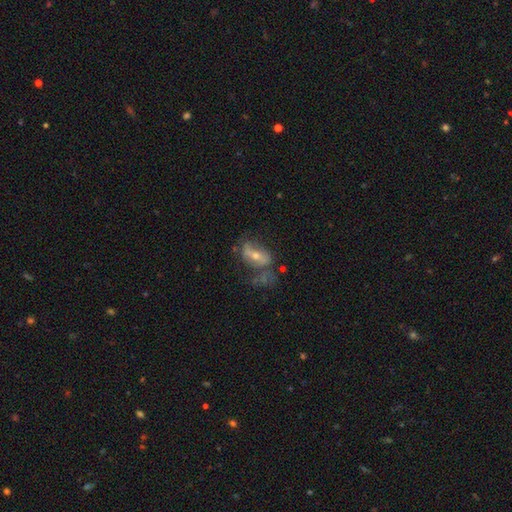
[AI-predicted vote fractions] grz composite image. It shows a featured or disk galaxy (65%) with no bar (43%), spiral arms (68%) and a moderate central bulge (53%). Merging: none (43%).